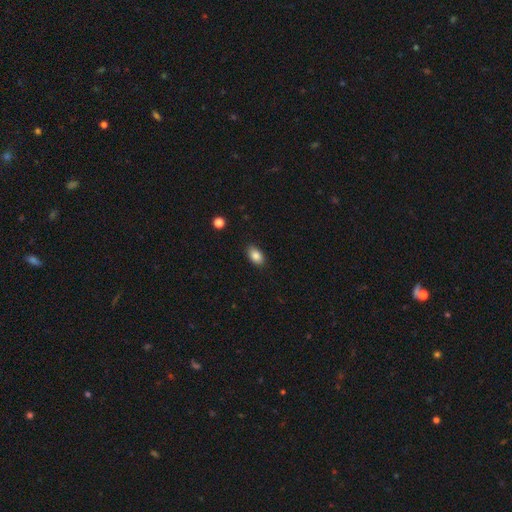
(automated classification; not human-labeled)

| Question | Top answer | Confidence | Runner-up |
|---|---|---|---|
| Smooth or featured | smooth | 86% | star or artifact (9%) |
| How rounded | in between | 90% | round (9%) |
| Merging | none | 88% | minor disturbance (9%) |